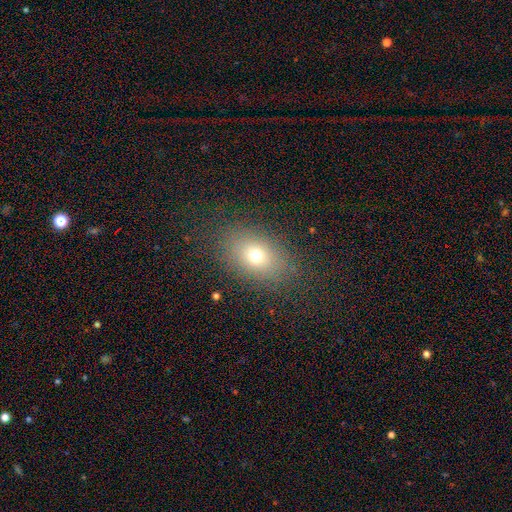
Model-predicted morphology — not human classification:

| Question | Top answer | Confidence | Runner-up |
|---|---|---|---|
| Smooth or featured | smooth | 69% | star or artifact (16%) |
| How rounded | in between | 72% | round (26%) |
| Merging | none | 83% | minor disturbance (10%) |